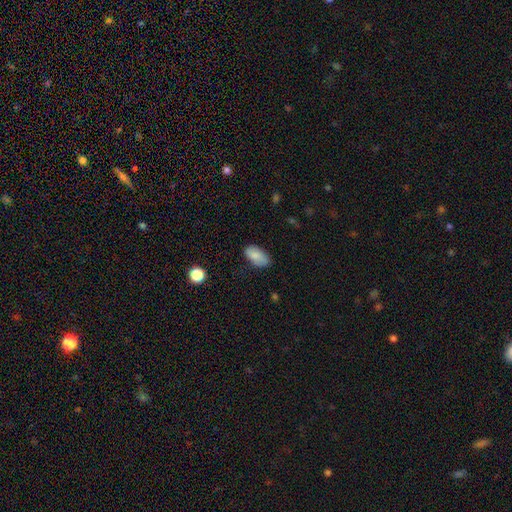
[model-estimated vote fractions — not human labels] Smooth or featured: smooth — 86% (star or artifact — 7%)
How rounded: in between — 94% (round — 3%)
Merging: none — 77% (minor disturbance — 18%)